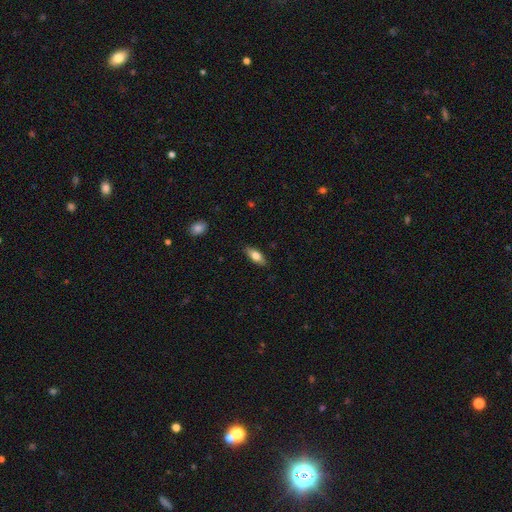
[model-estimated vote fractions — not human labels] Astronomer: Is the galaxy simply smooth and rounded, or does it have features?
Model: smooth — 73%.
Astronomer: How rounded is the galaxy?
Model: in between — 73%.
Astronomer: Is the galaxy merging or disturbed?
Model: none — 88%.